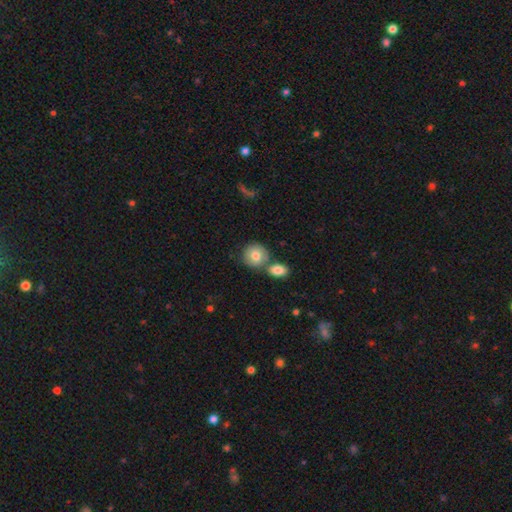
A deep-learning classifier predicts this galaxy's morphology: Smooth or featured: smooth — 78% (featured or disk — 15%)
How rounded: round — 80% (in between — 19%)
Merging: none — 56% (merger — 31%)